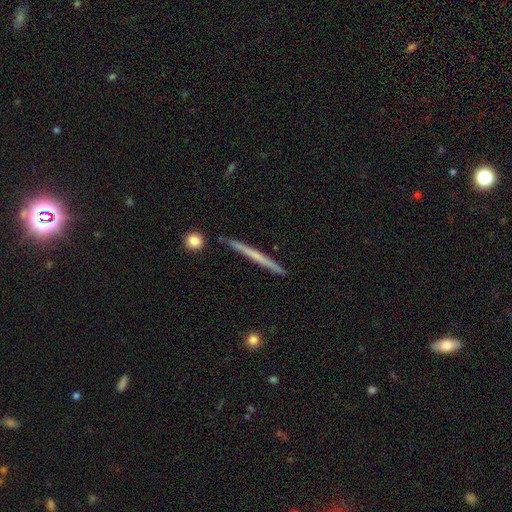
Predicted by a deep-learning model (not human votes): smooth_or_featured: featured or disk (p=0.48) [alt: smooth p=0.47]
merging: none (p=0.90) [alt: minor disturbance p=0.07]